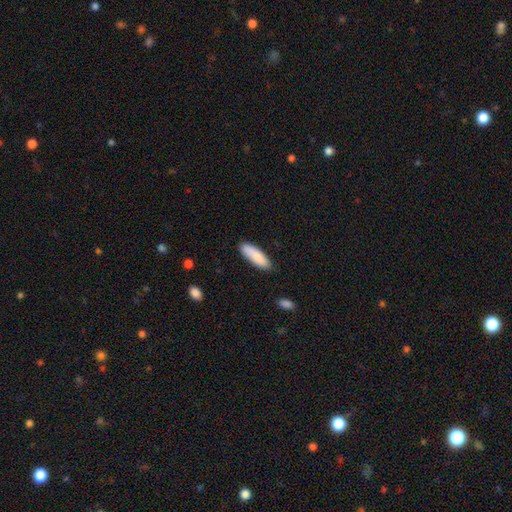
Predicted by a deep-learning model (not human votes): smooth 85%, featured or disk 9%, star or artifact 6%. Down the decision tree: how rounded — cigar-shaped (51%); merging — none (86%).